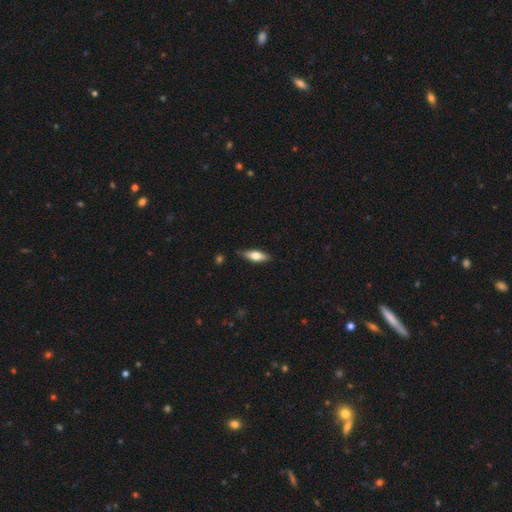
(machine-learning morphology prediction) The model was most divided on "how rounded": in between: 60%, cigar-shaped: 38%, round: 2%. More confident: merging — none (83%); smooth or featured — smooth (65%).